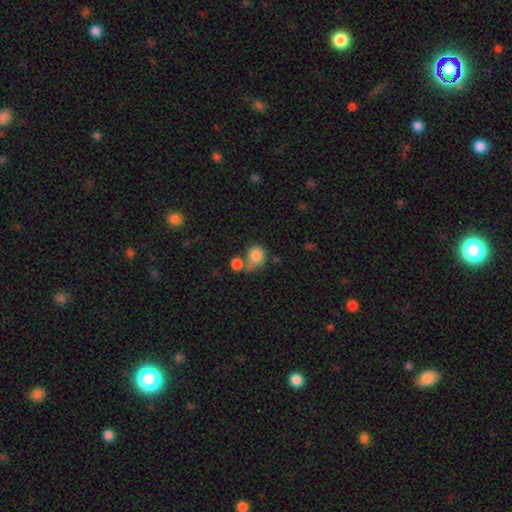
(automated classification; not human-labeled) This appears to be a smooth galaxy with no disk features (83%) that is round (75%). Merging: none (39%, tied with merger).